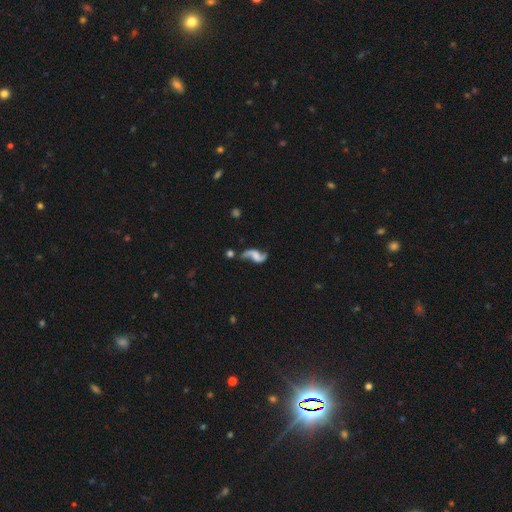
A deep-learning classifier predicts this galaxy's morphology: The model was most divided on "bar": no: 47%, weak: 39%, strong: 14%. Remaining: edge-on disk — no (97%); spiral arms — yes (95%); spiral arm count — 2 (92%); smooth or featured — featured or disk (86%); spiral winding — loose (85%); merging — none (60%); bulge size — none (47%).